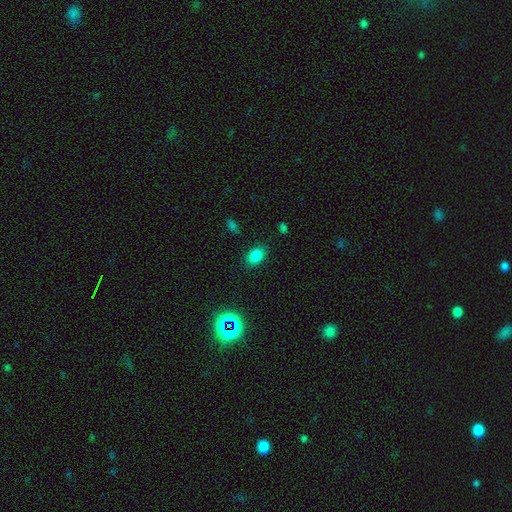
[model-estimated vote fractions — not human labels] Smooth or featured? smooth (81%)
How rounded? in between (77%)
Merging? none (85%)